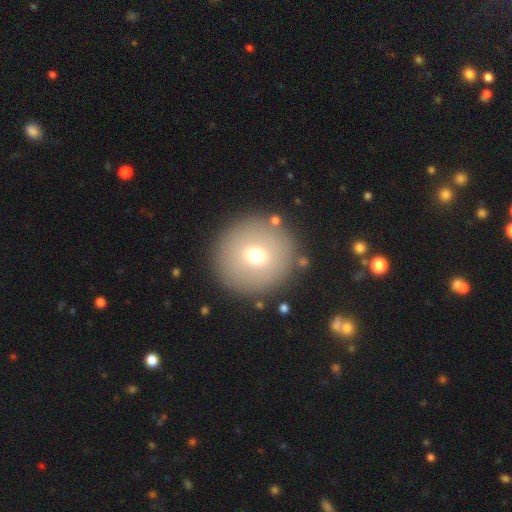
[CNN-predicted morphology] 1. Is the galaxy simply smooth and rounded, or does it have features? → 67% smooth, 22% featured or disk, 12% star or artifact.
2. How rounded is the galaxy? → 95% round, 4% in between, 1% cigar-shaped.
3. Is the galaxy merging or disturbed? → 87% none, 7% minor disturbance, 3% major disturbance, 3% merger.